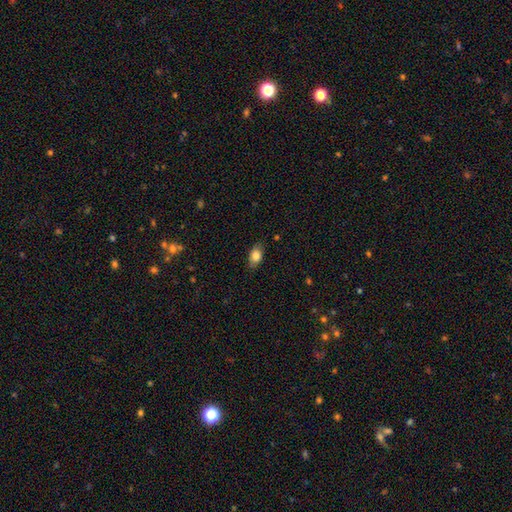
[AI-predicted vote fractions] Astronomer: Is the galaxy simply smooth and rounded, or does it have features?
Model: smooth — 81%.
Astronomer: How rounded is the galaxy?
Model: in between — 85%.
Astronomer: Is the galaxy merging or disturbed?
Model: none — 81%.